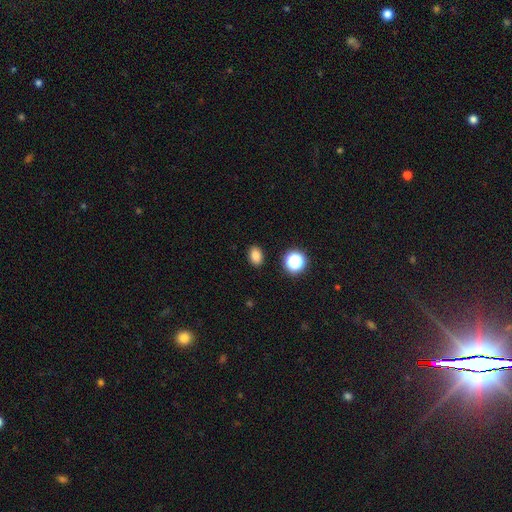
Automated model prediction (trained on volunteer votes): Smooth or featured?
  - smooth: 83% *
  - star or artifact: 13%
  - featured or disk: 4%
How rounded?
  - in between: 73% *
  - round: 26%
  - cigar-shaped: 1%
Merging?
  - none: 89% *
  - minor disturbance: 8%
  - major disturbance: 2%
  - merger: 2%